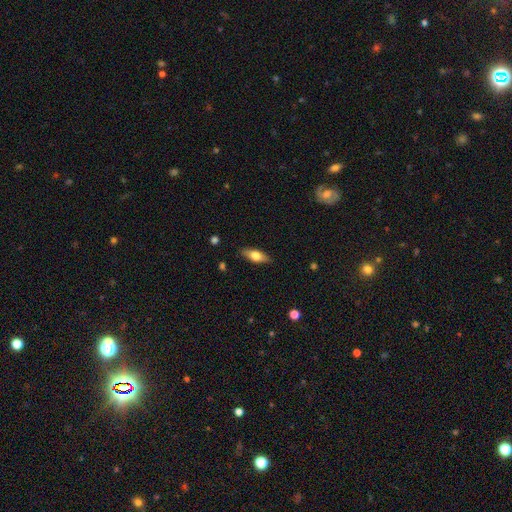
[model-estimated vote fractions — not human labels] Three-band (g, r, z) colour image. It shows a smooth galaxy with no disk features (59%) that is in between round and cigar-shaped (66%). Merging: none (86%).